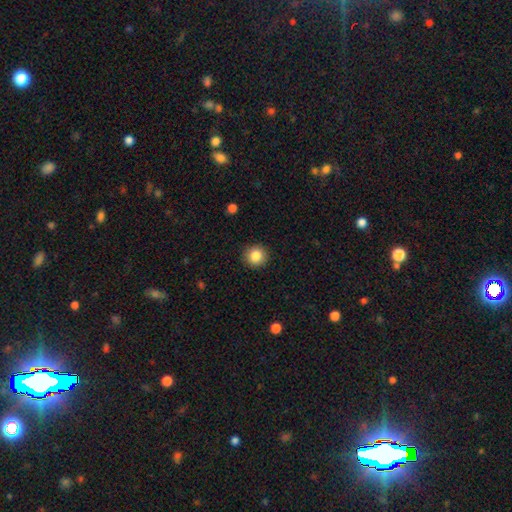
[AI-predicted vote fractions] smooth_or_featured: smooth (p=0.85) [alt: star or artifact p=0.10]
how_rounded: round (p=0.93) [alt: in between p=0.06]
merging: none (p=0.92) [alt: minor disturbance p=0.06]